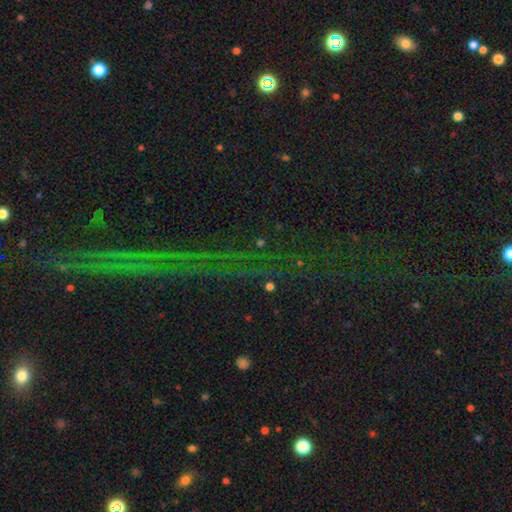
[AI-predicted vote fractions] Morphology: type=star or artifact (77%).